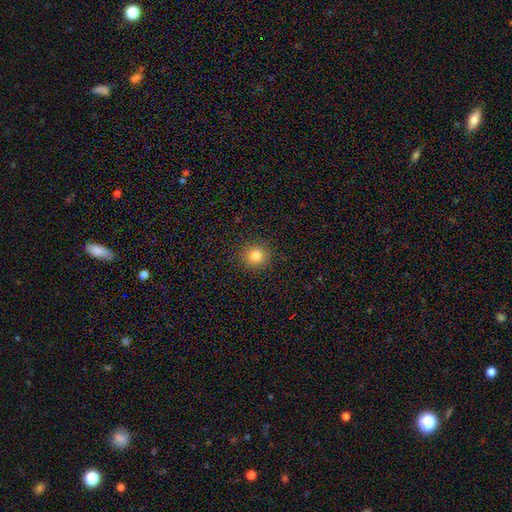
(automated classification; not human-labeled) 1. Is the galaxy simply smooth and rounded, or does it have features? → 83% smooth, 12% star or artifact, 5% featured or disk.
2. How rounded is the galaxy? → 92% round, 7% in between, 1% cigar-shaped.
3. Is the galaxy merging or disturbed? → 91% none, 6% minor disturbance, 2% major disturbance, 1% merger.